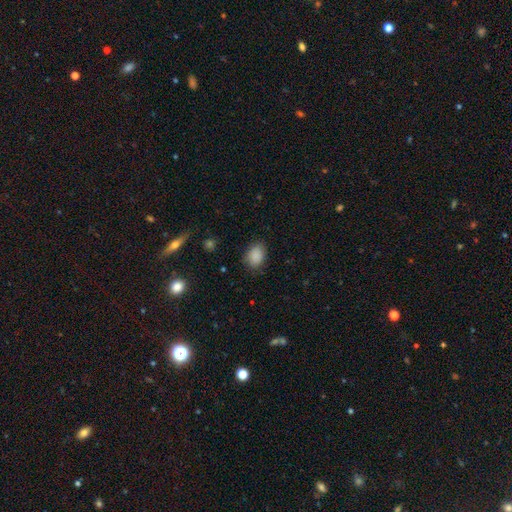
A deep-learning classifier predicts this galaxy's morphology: type=smooth (88%); roundness=in between (73%); merging=none (79%).